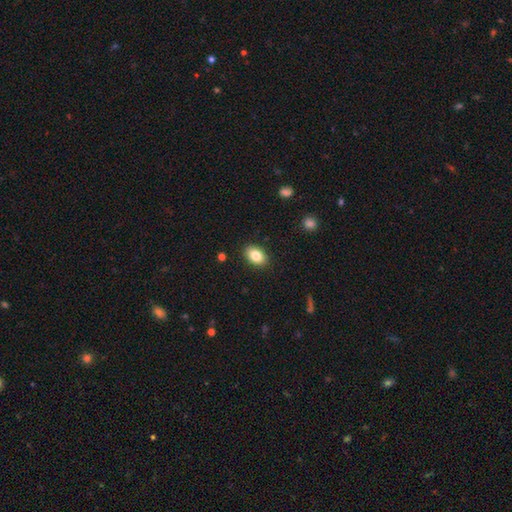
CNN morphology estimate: This appears to be a smooth galaxy with no disk features (83%) that is in between round and cigar-shaped (85%). Merging: none (89%).